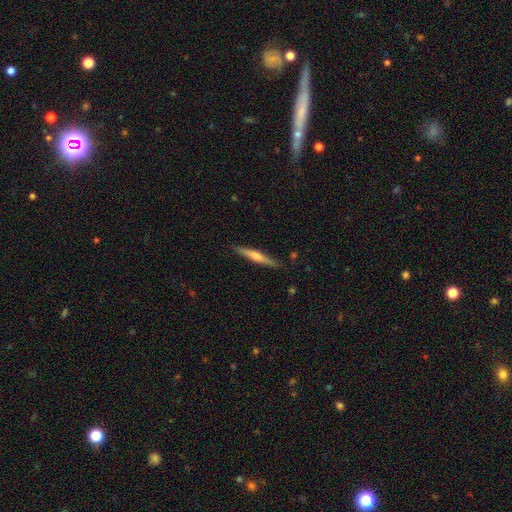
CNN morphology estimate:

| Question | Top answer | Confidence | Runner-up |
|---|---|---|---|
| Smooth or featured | featured or disk | 50% | smooth (44%) |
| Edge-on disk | yes | 96% | no (4%) |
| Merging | none | 88% | minor disturbance (9%) |